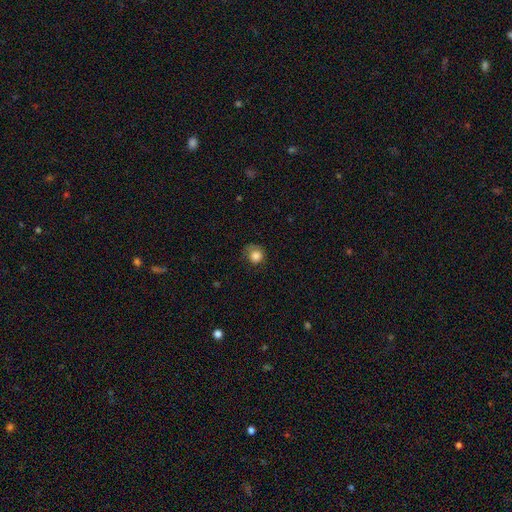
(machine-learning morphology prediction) smooth 83%, star or artifact 10%, featured or disk 7%. Down the decision tree: how rounded — round (87%); merging — none (60%).